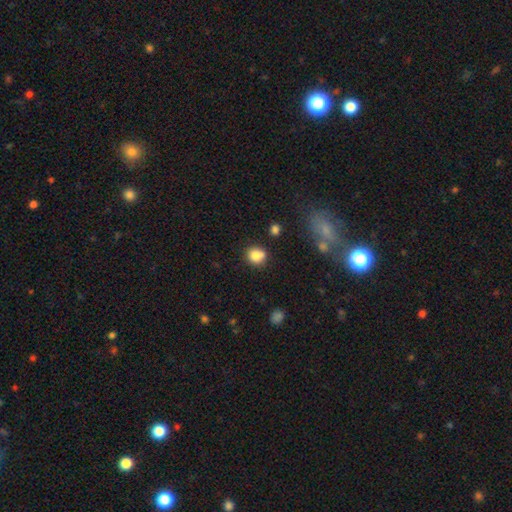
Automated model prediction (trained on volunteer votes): smooth 82%, star or artifact 11%, featured or disk 8%. Down the decision tree: how rounded — round (77%); merging — none (65%).